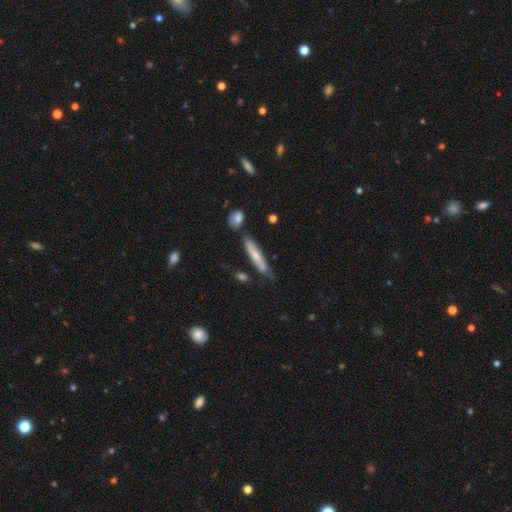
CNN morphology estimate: Smooth or featured?
  - smooth: 52% *
  - featured or disk: 42%
  - star or artifact: 6%
How rounded?
  - cigar-shaped: 87% *
  - in between: 11%
  - round: 2%
Merging?
  - none: 66% *
  - minor disturbance: 22%
  - merger: 6%
  - major disturbance: 5%